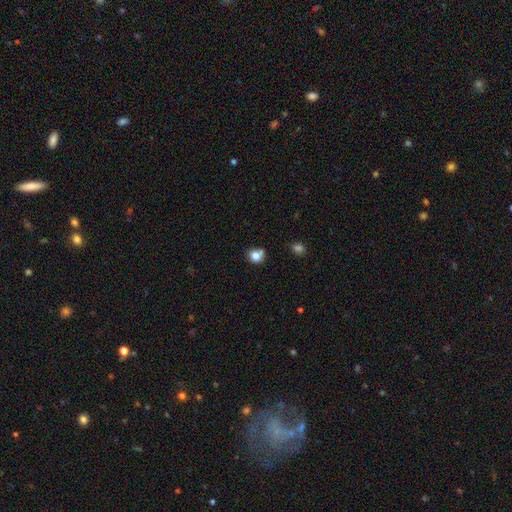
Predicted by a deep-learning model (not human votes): A smooth galaxy with no disk features (80%) that is round (78%).

Vote fractions:
- Smooth or featured? smooth: 80% / star or artifact: 11% / featured or disk: 8%
- How rounded? round: 78% / in between: 21% / cigar-shaped: 1%
- Merging? none: 59% / merger: 18% / minor disturbance: 18% / major disturbance: 5%